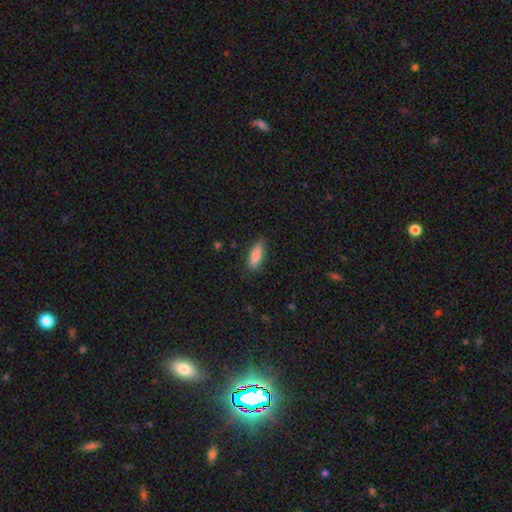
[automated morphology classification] Smooth or featured? smooth (86%)
How rounded? in between (62%)
Merging? none (76%)